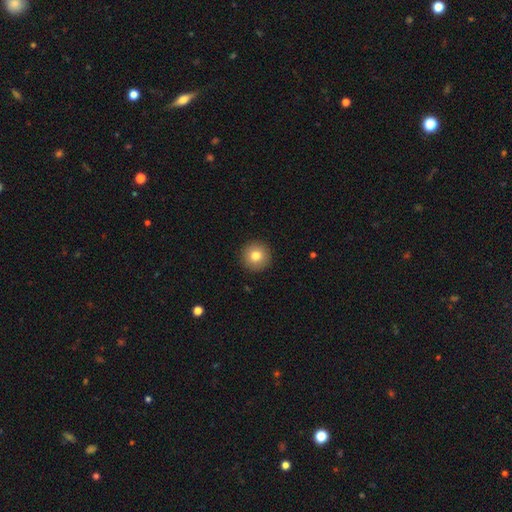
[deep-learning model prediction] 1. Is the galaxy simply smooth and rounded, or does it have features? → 79% smooth, 11% featured or disk, 10% star or artifact.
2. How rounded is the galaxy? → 96% round, 3% in between, 1% cigar-shaped.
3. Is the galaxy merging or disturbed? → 93% none, 5% minor disturbance, 2% major disturbance, 1% merger.